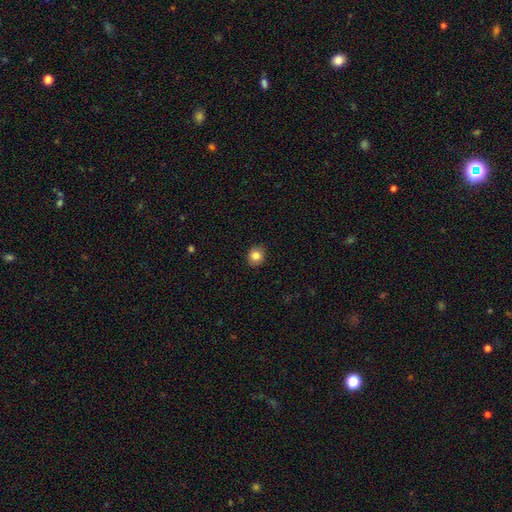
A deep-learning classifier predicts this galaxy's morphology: Smooth or featured: smooth — 84% (star or artifact — 10%)
How rounded: round — 81% (in between — 18%)
Merging: none — 90% (minor disturbance — 7%)